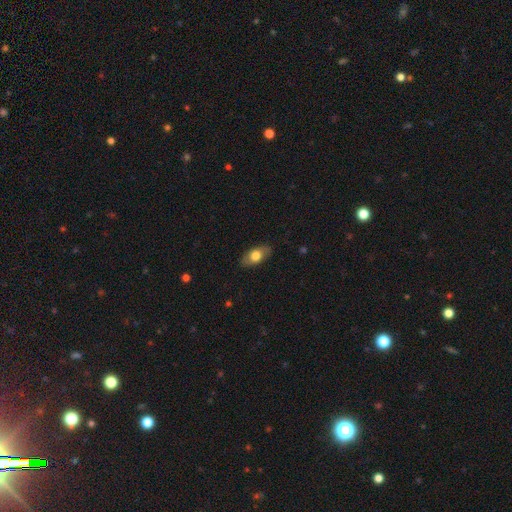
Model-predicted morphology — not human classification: This appears to be a smooth galaxy with no disk features (69%) that is in between round and cigar-shaped (89%). Merging: none (84%).